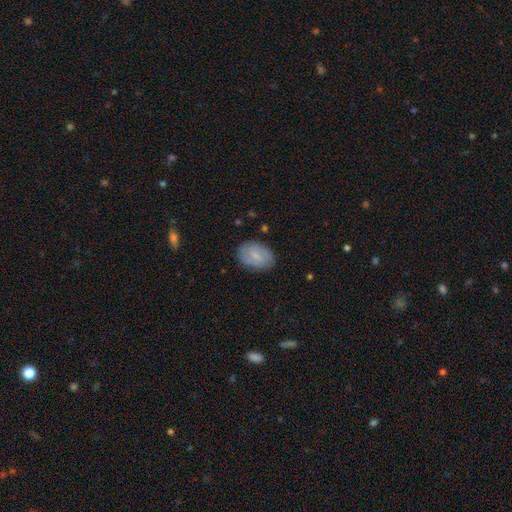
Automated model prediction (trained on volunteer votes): Smooth or featured: smooth — 55% (featured or disk — 38%)
How rounded: in between — 82% (round — 17%)
Merging: none — 82% (minor disturbance — 14%)